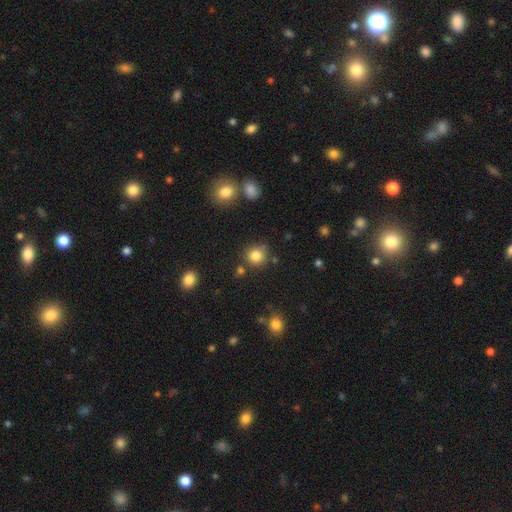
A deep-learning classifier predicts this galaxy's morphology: smooth_or_featured: smooth (p=0.83) [alt: star or artifact p=0.12]
how_rounded: round (p=0.90) [alt: in between p=0.09]
merging: none (p=0.78) [alt: minor disturbance p=0.11]